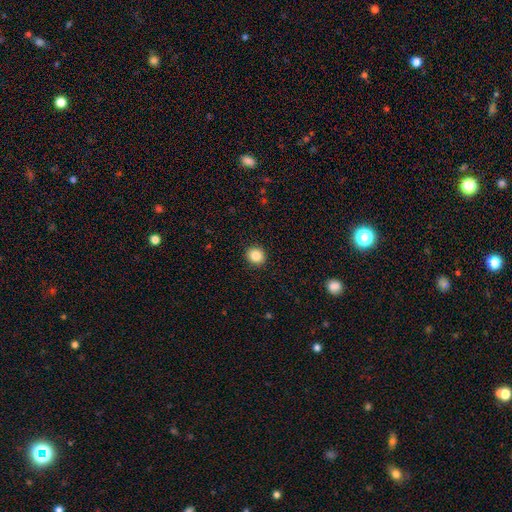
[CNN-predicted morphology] A smooth galaxy with no disk features (85%) that is round (87%).

Vote fractions:
- Smooth or featured? smooth: 85% / star or artifact: 10% / featured or disk: 5%
- How rounded? round: 87% / in between: 13% / cigar-shaped: 1%
- Merging? none: 92% / minor disturbance: 6% / major disturbance: 2% / merger: 1%